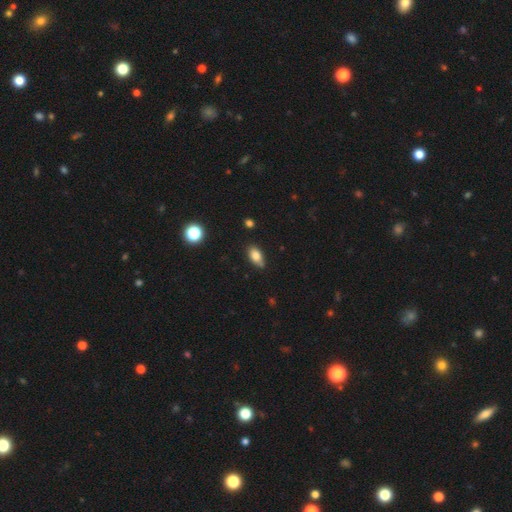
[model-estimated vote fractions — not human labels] Smooth or featured?
  - smooth: 81% *
  - featured or disk: 10%
  - star or artifact: 9%
How rounded?
  - in between: 89% *
  - round: 7%
  - cigar-shaped: 4%
Merging?
  - none: 73% *
  - minor disturbance: 20%
  - merger: 4%
  - major disturbance: 3%